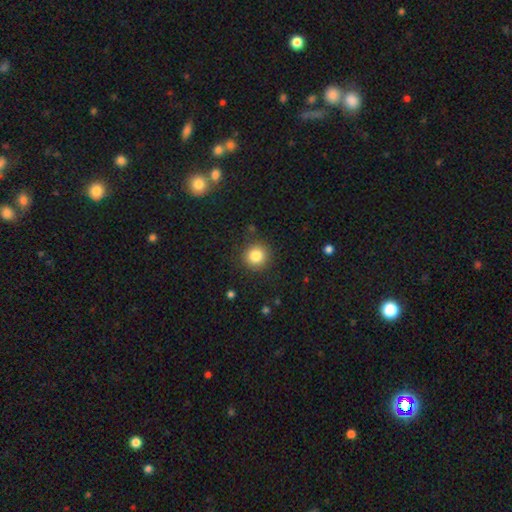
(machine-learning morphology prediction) A smooth galaxy with no disk features (83%) that is round (93%). Merging: none (89%).